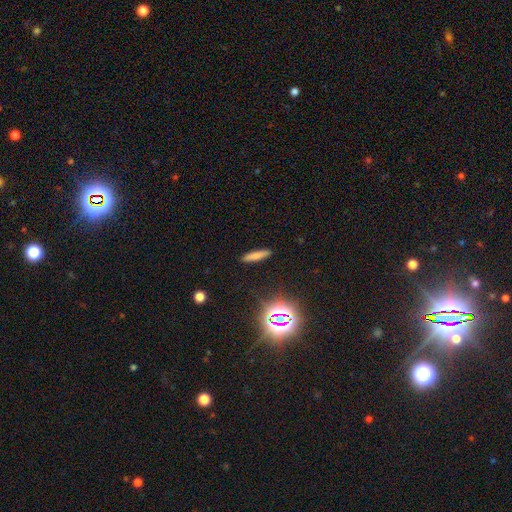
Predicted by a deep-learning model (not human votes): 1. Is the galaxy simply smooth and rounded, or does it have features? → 72% smooth, 16% star or artifact, 12% featured or disk.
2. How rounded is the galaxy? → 82% cigar-shaped, 16% in between, 2% round.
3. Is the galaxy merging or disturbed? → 89% none, 7% minor disturbance, 2% major disturbance, 1% merger.